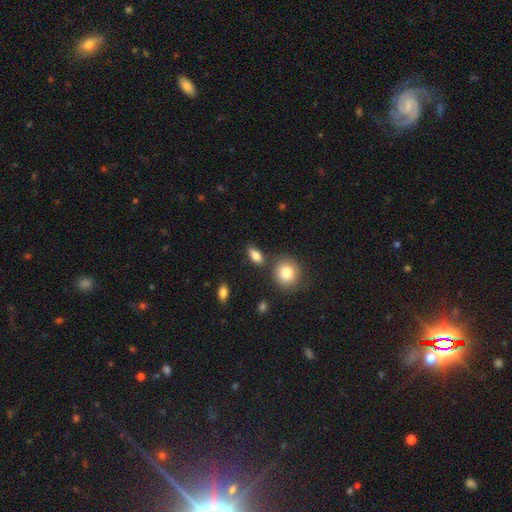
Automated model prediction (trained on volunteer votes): smooth_or_featured: smooth (p=0.81) [alt: featured or disk p=0.11]
how_rounded: in between (p=0.80) [alt: round p=0.11]
merging: none (p=0.78) [alt: minor disturbance p=0.12]